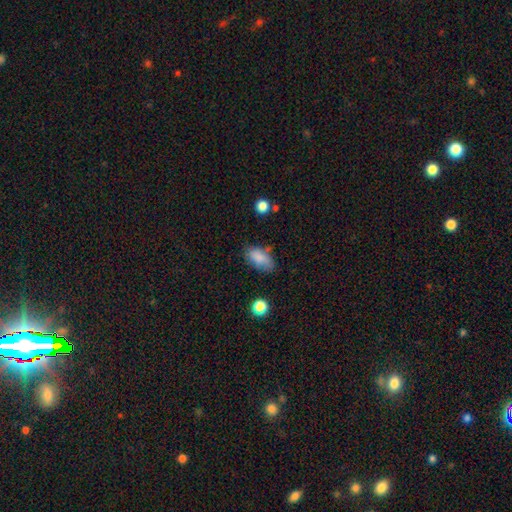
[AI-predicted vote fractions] smooth 81%, featured or disk 10%, star or artifact 9%. Down the decision tree: how rounded — in between (90%); merging — none (66%).